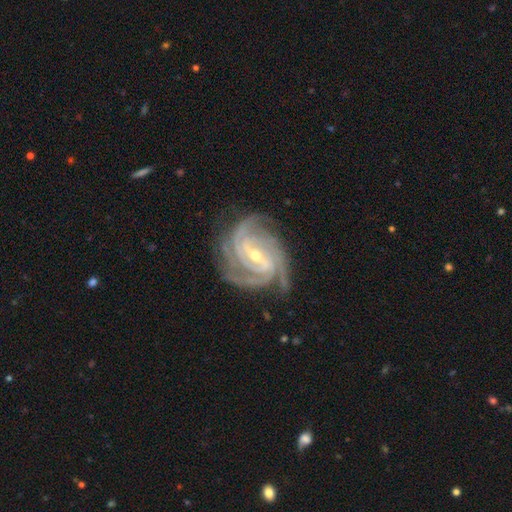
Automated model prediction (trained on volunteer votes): featured or disk 93%, star or artifact 4%, smooth 2%. Down the decision tree: edge-on disk — no (98%); bar — weak (45%); spiral arms — yes (99%); spiral arm count — 3 (34%); spiral winding — tight (71%); bulge size — small (54%); merging — none (76%).